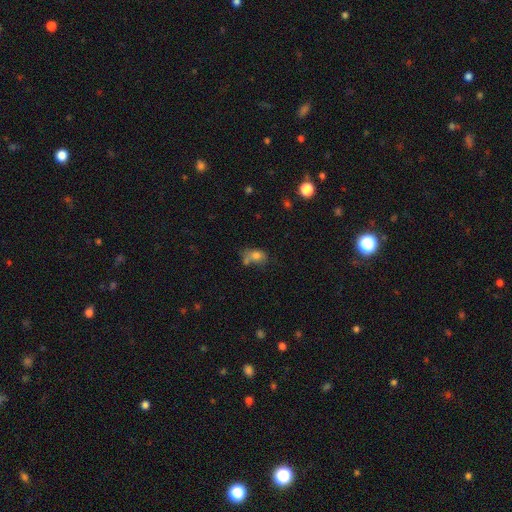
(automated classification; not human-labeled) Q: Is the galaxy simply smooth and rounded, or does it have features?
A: smooth — 73%.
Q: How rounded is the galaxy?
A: in between — 72%.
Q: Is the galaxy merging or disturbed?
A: none — 34%.